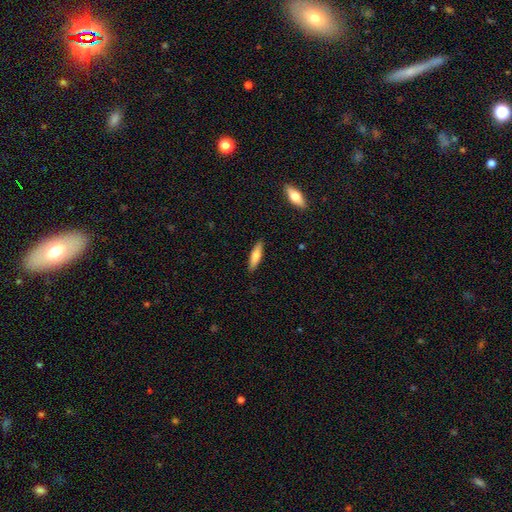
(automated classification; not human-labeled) This is likely a smooth galaxy (72%). How rounded: likely cigar-shaped (69%). Merging: clearly none (89%).